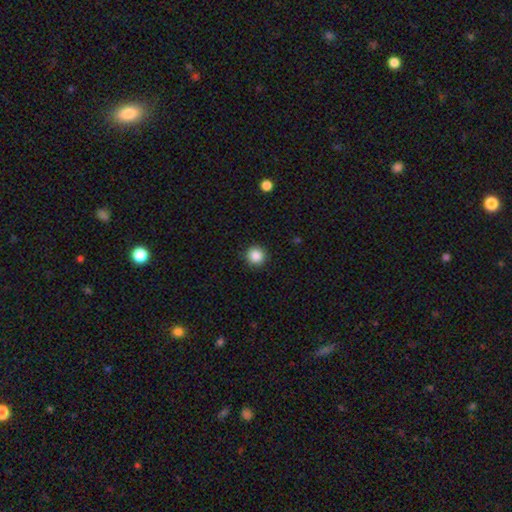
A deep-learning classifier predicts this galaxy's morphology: smooth-or-featured: smooth: 87% | star or artifact: 10% | featured or disk: 3%
  how-rounded: round: 95% | in between: 4% | cigar-shaped: 1%
  merging: none: 92% | minor disturbance: 5% | major disturbance: 2% | merger: 1%